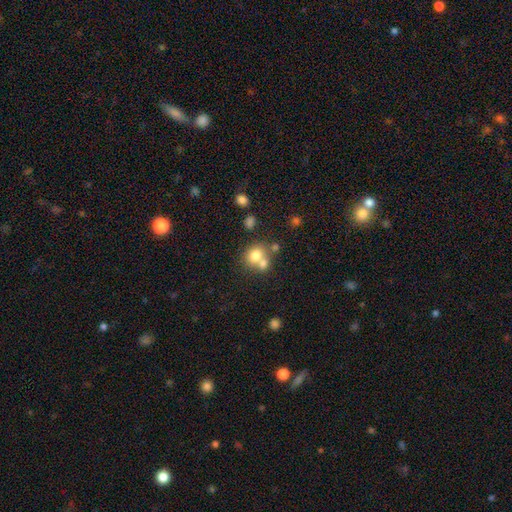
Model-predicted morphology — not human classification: Smooth or featured?
  - smooth: 73% *
  - featured or disk: 15%
  - star or artifact: 11%
How rounded?
  - round: 70% *
  - in between: 29%
  - cigar-shaped: 1%
Merging?
  - merger: 46% *
  - none: 41%
  - minor disturbance: 9%
  - major disturbance: 4%